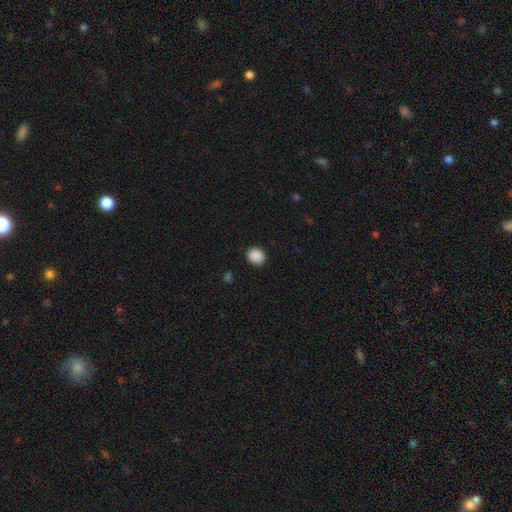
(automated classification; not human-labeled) Overall: smooth (89%). How rounded: round (69%; in between 30%). Merging: none (88%).